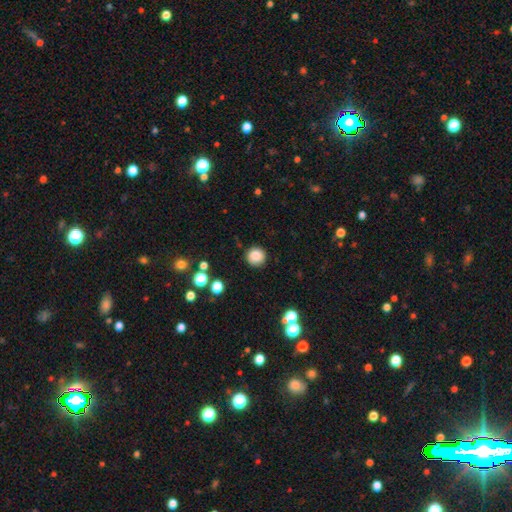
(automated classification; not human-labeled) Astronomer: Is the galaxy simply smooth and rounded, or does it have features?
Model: smooth — 85%.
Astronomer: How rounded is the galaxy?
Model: round — 93%.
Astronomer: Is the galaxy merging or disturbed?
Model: none — 88%.